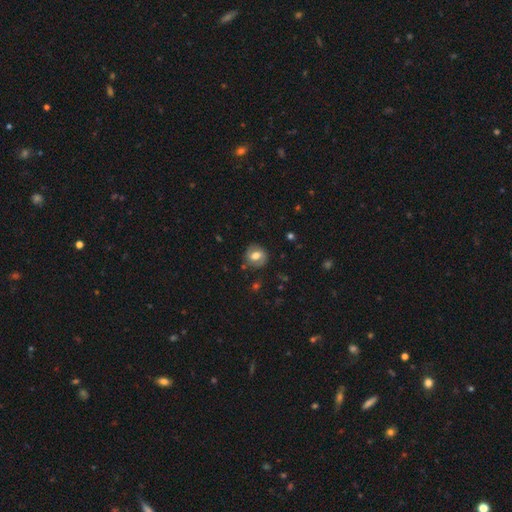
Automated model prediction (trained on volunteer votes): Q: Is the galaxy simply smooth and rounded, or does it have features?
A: smooth — 58%.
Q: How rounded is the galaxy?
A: round — 74%.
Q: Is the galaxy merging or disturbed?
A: none — 80%.